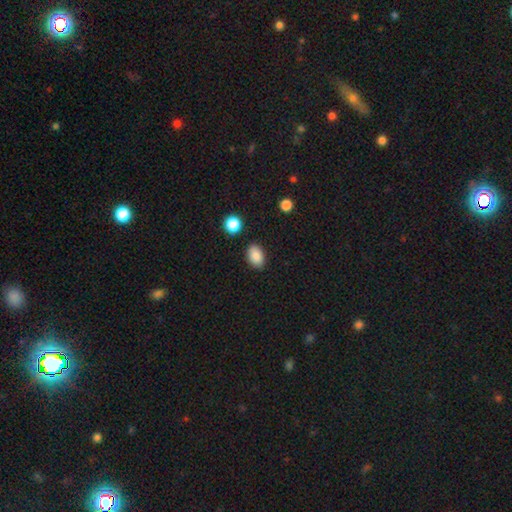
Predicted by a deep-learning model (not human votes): This appears to be a smooth galaxy with no disk features (88%) that is in between round and cigar-shaped (85%). Merging: none (86%).